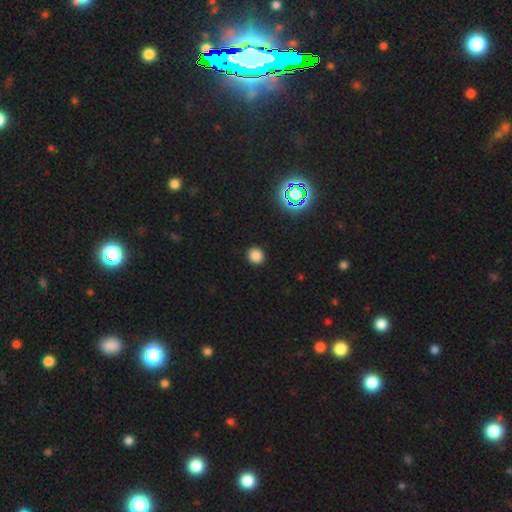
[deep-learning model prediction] Overall: smooth (81%). How rounded: round (82%). Merging: none (91%).